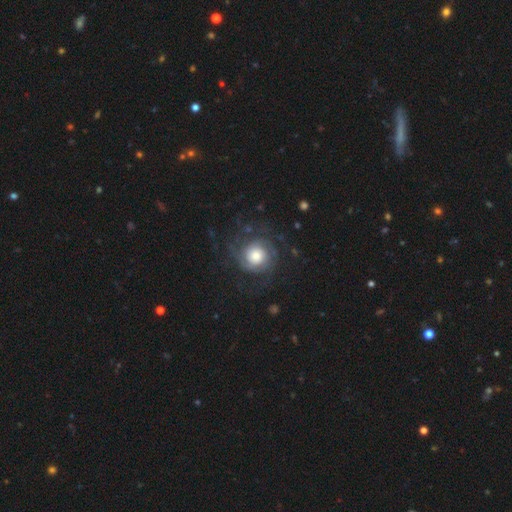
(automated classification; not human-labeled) smooth-or-featured: featured or disk: 74% | smooth: 18% | star or artifact: 8%
  disk-edge-on: no: 98% | yes: 2%
    bar: no: 80% | weak: 17% | strong: 3%
    has-spiral-arms: yes: 93% | no: 7%
      spiral-winding: tight: 54% | medium: 32% | loose: 14%
      spiral-arm-count: 2: 29% | can't tell: 27% | 3: 20% | 4: 9% | 1: 8% | more than 4: 7%
    bulge-size: large: 42% | moderate: 40% | small: 9% | dominant: 7% | none: 2%
  merging: none: 71% | major disturbance: 15% | minor disturbance: 13% | merger: 1%